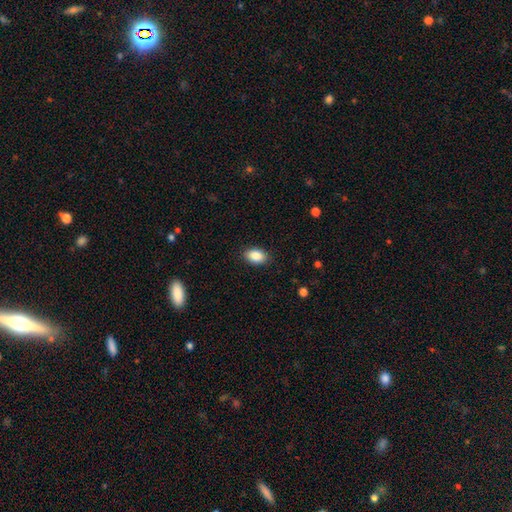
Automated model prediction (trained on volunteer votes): A smooth galaxy with no disk features (88%) that is in between round and cigar-shaped (89%).

Vote fractions:
- Smooth or featured? smooth: 88% / star or artifact: 7% / featured or disk: 4%
- How rounded? in between: 89% / round: 9% / cigar-shaped: 1%
- Merging? none: 88% / minor disturbance: 9% / major disturbance: 2% / merger: 1%